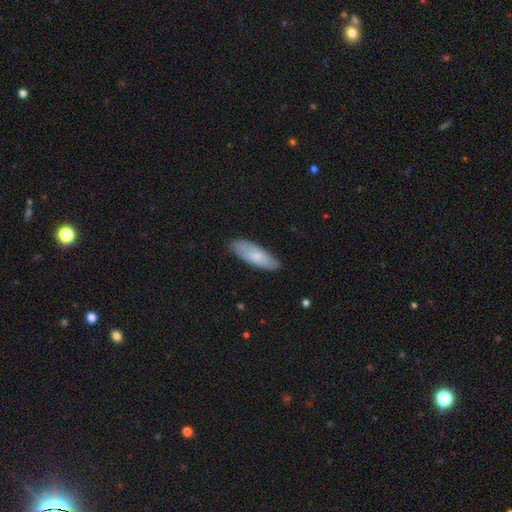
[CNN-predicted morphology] Q: Smooth or featured?
A: smooth (77%); runner-up: featured or disk (18%)
Q: How rounded?
A: in between (59%); runner-up: cigar-shaped (39%)
Q: Merging?
A: none (85%); runner-up: minor disturbance (12%)